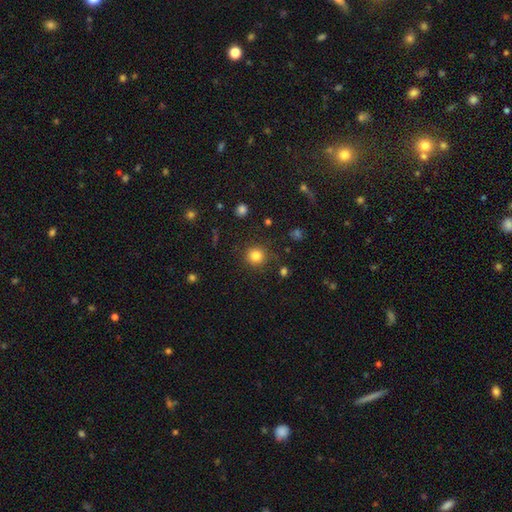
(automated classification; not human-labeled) Smooth or featured? smooth (83%)
How rounded? round (93%)
Merging? none (86%)